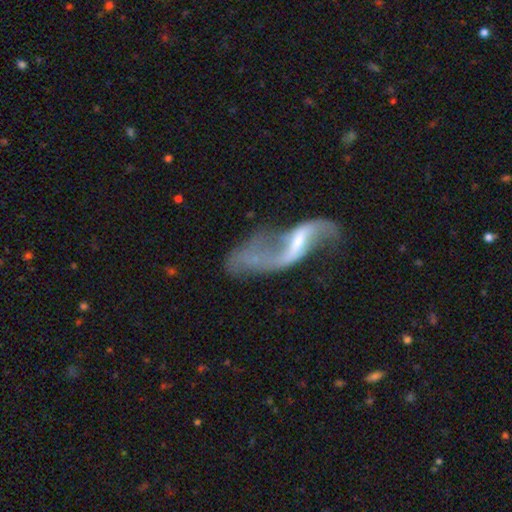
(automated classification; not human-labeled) A featured or disk galaxy (84%) with a weak bar (40%, tied with strong), 2 (88%) loose (91%) spiral arms (88%) and a small central bulge (58%).

Vote fractions:
- Smooth or featured? featured or disk: 84% / smooth: 9% / star or artifact: 7%
- Edge-on disk? no: 93% / yes: 7%
- Bar? weak: 40% (tied) / strong: 40% (tied) / no: 20%
- Spiral arms? yes: 88% / no: 12%
- Spiral winding? loose: 91% / medium: 7% / tight: 2%
- Spiral arm count? 2: 88% / 1: 5% / can't tell: 3% / 3: 1% / 4: 1% / more than 4: 1%
- Bulge size? small: 58% / moderate: 28% / none: 10% / large: 3% / dominant: 1%
- Merging? none: 43% / major disturbance: 26% / minor disturbance: 18% / merger: 13%